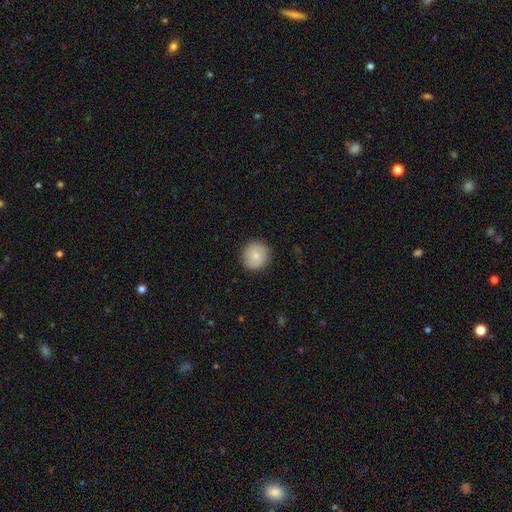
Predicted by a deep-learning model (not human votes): Morphology: type=smooth (75%); roundness=round (94%); merging=none (89%).